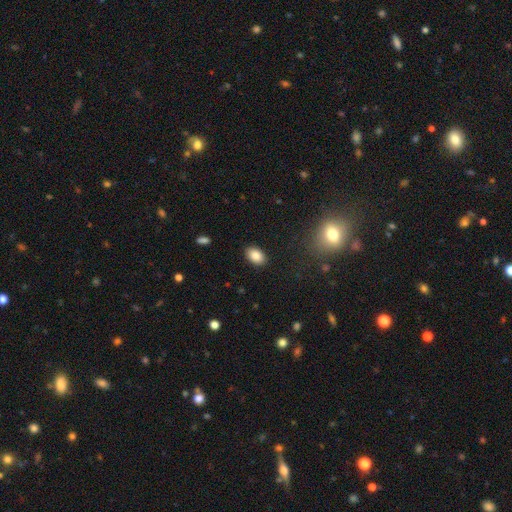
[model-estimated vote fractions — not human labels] smooth 87%, star or artifact 8%, featured or disk 5%. Down the decision tree: how rounded — in between (86%); merging — none (88%).